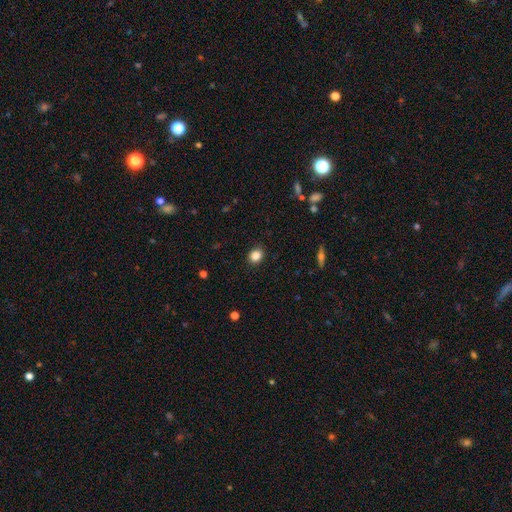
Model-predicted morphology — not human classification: Overall: smooth (86%). How rounded: round (66%; in between 33%). Merging: none (89%).